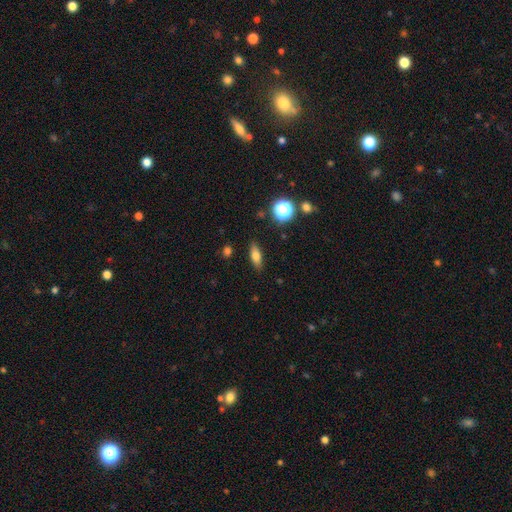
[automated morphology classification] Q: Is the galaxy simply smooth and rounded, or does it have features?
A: smooth — 70%.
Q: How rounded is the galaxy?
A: in between — 62%.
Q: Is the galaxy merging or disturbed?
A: none — 87%.